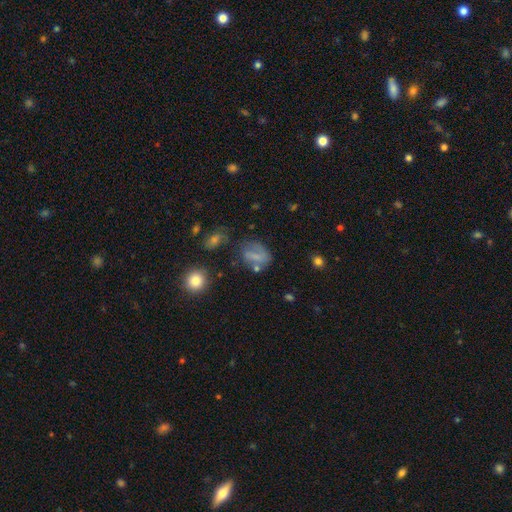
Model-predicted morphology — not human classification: smooth_or_featured: smooth (p=0.59) [alt: featured or disk p=0.27]
how_rounded: in between (p=0.62) [alt: round p=0.35]
merging: none (p=0.47) [alt: minor disturbance p=0.25]